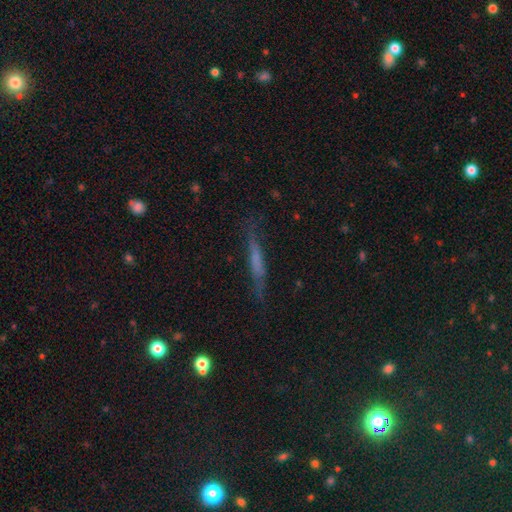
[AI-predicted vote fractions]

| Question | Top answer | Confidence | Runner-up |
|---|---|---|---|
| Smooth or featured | smooth | 45% | tied: featured or disk (45%) |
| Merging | none | 76% | minor disturbance (17%) |